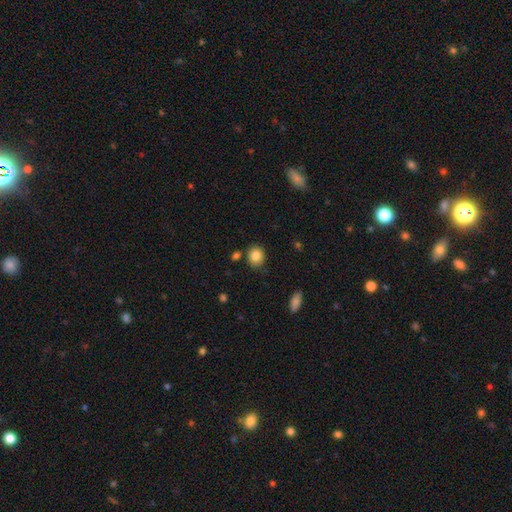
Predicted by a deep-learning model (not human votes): This appears to be a smooth galaxy with no disk features (84%) that is round (68%). Merging: none (80%).